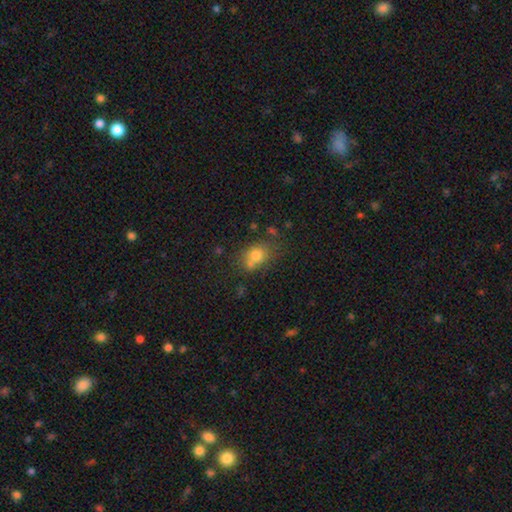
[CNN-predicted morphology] The model was most divided on "how rounded": in between: 55%, round: 44%, cigar-shaped: 1%. More confident: smooth or featured — smooth (74%); merging — none (55%).